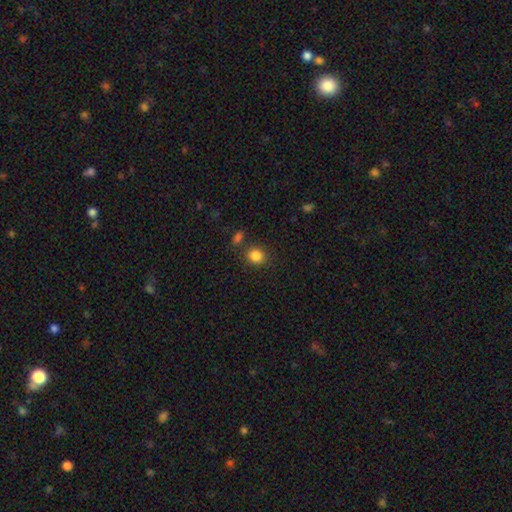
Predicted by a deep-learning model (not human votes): A smooth galaxy with no disk features (85%) that is round (65%). Merging: none (77%).